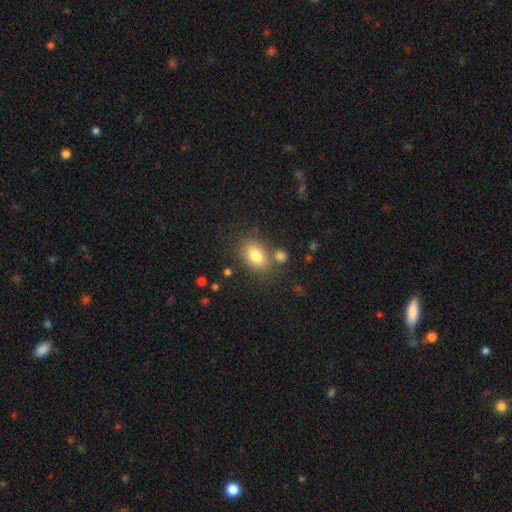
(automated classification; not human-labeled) Overall: smooth (80%). How rounded: in between (83%). Merging: none (68%).